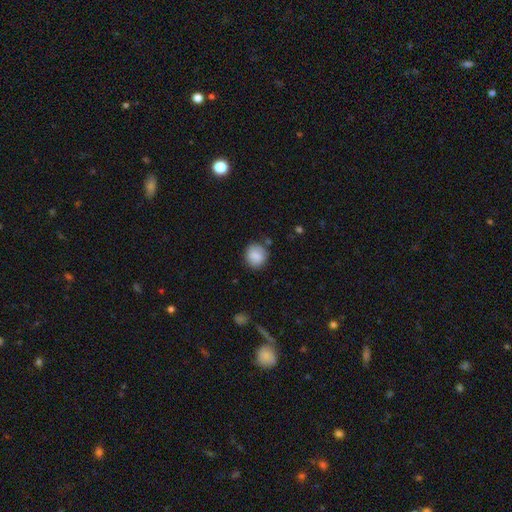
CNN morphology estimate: A smooth galaxy with no disk features (86%) that is round (88%).

Vote fractions:
- Smooth or featured? smooth: 86% / star or artifact: 8% / featured or disk: 7%
- How rounded? round: 88% / in between: 11% / cigar-shaped: 1%
- Merging? none: 81% / minor disturbance: 13% / major disturbance: 3% / merger: 3%